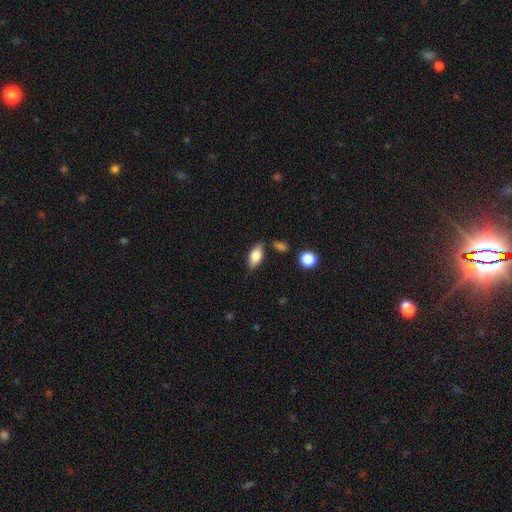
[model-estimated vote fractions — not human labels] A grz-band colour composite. It shows a smooth galaxy with no disk features (67%) that is in between round and cigar-shaped (84%). Merging: none (76%).